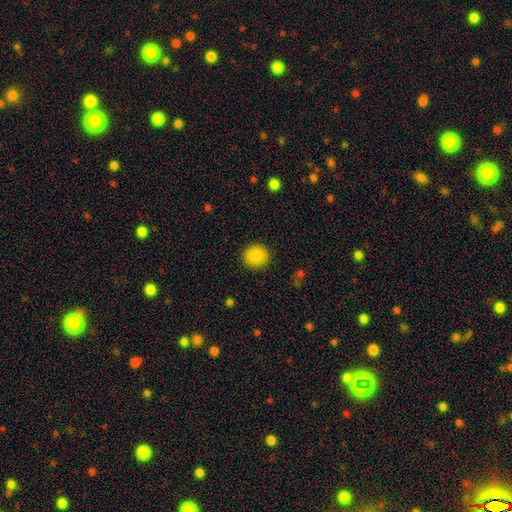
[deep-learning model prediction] Smooth or featured? smooth (88%)
How rounded? round (90%)
Merging? none (91%)